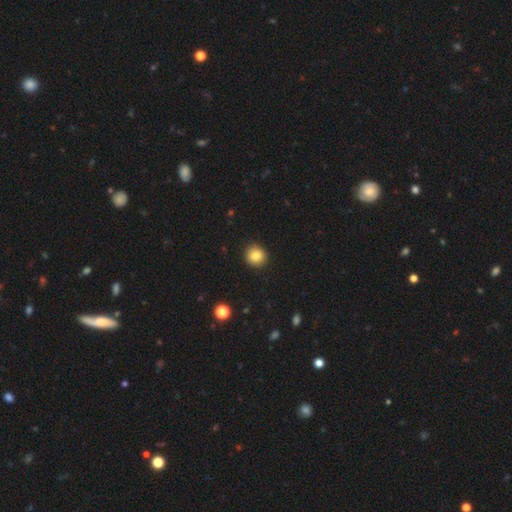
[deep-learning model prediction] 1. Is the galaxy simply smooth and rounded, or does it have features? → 84% smooth, 10% star or artifact, 6% featured or disk.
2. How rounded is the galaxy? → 91% round, 8% in between, 1% cigar-shaped.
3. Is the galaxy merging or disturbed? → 91% none, 6% minor disturbance, 2% major disturbance, 1% merger.